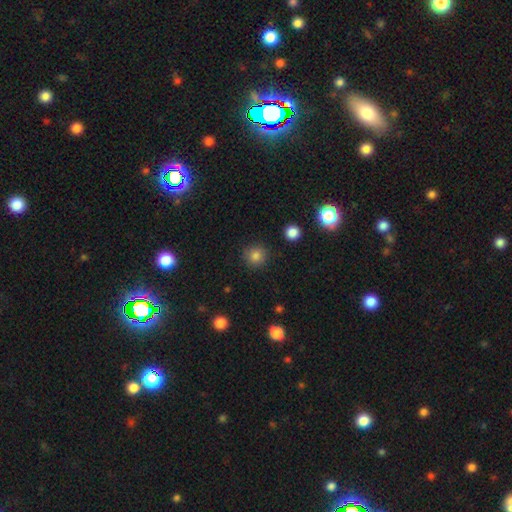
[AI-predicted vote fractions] Q: Smooth or featured?
A: smooth (82%); runner-up: star or artifact (12%)
Q: How rounded?
A: round (93%); runner-up: in between (6%)
Q: Merging?
A: none (89%); runner-up: minor disturbance (7%)